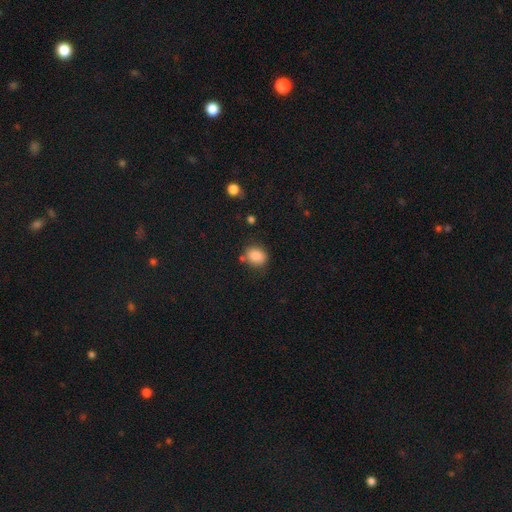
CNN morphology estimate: Overall: smooth (85%). How rounded: round (54%; in between 45%). Merging: none (75%).